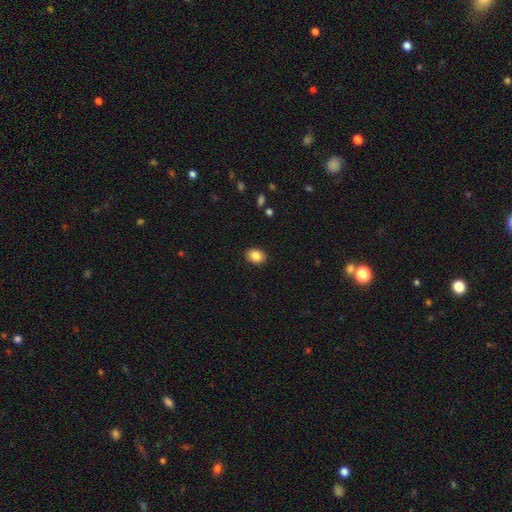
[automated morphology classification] Smooth or featured? smooth (86%)
How rounded? in between (64%)
Merging? none (90%)